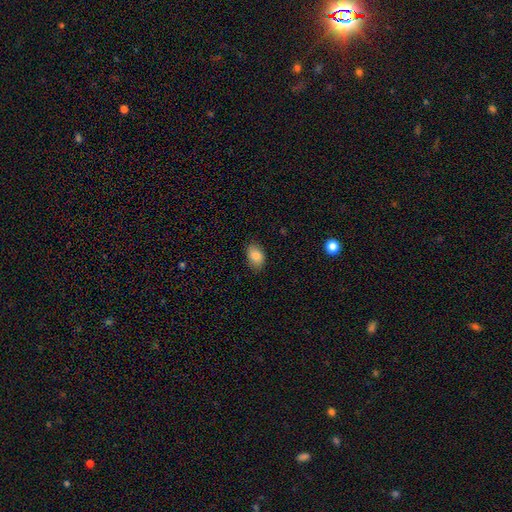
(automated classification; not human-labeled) Morphology: type=smooth (86%); roundness=in between (84%); merging=none (84%).